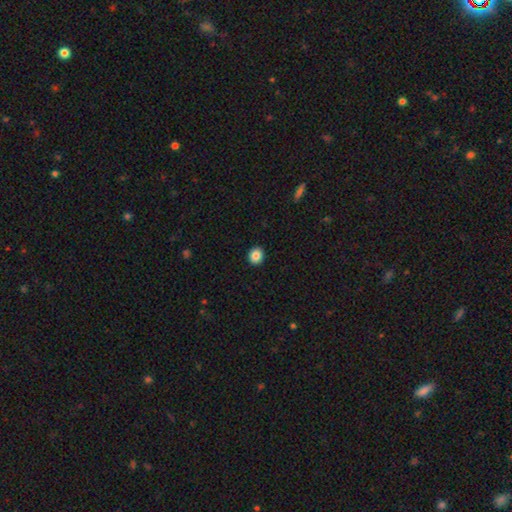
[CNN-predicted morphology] This appears to be a smooth galaxy with no disk features (86%) that is round (76%). Merging: none (93%).